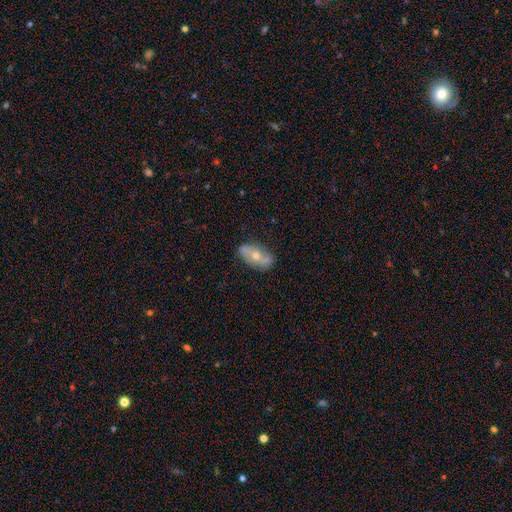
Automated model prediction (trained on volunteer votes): Smooth or featured?
  - featured or disk: 50% *
  - smooth: 43%
  - star or artifact: 7%
Edge-on disk?
  - no: 85% *
  - yes: 15%
Merging?
  - none: 74% *
  - minor disturbance: 19%
  - major disturbance: 4%
  - merger: 3%